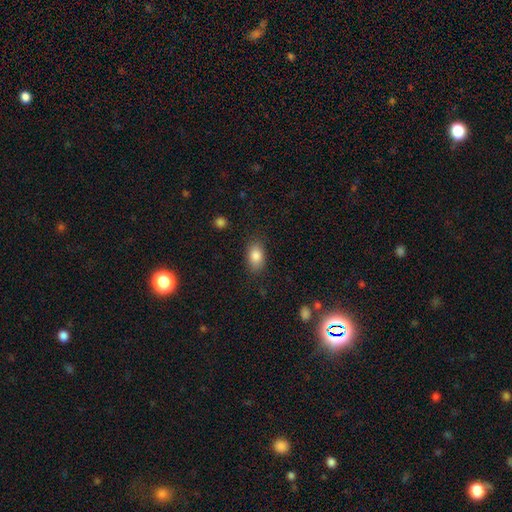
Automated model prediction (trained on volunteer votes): smooth_or_featured: smooth (p=0.84) [alt: star or artifact p=0.08]
how_rounded: in between (p=0.87) [alt: round p=0.10]
merging: none (p=0.83) [alt: minor disturbance p=0.12]